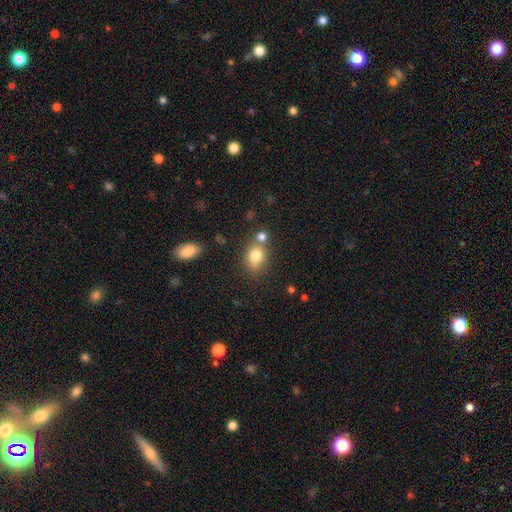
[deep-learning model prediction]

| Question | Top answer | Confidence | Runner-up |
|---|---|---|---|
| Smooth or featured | smooth | 80% | star or artifact (10%) |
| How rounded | in between | 55% | round (44%) |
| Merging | none | 59% | merger (23%) |